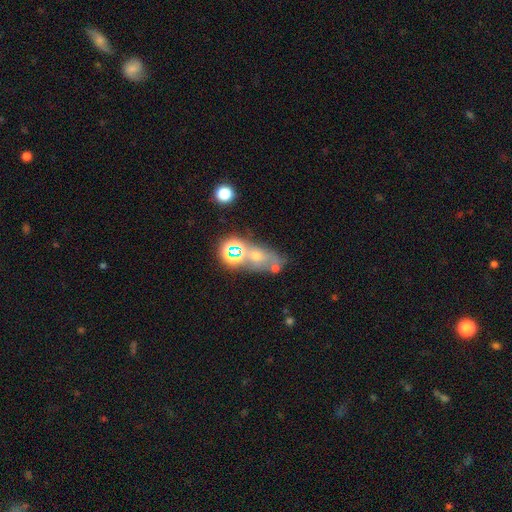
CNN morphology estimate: Overall: star or artifact (37%; smooth 35%).